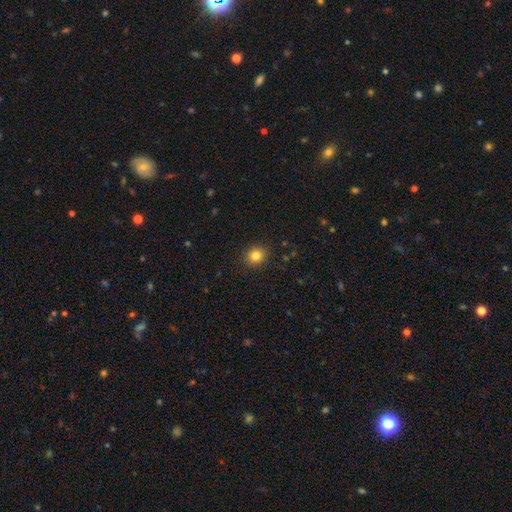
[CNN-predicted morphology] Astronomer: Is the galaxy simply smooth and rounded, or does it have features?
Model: smooth — 83%.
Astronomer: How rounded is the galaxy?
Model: round — 81%.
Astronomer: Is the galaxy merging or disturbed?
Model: none — 89%.